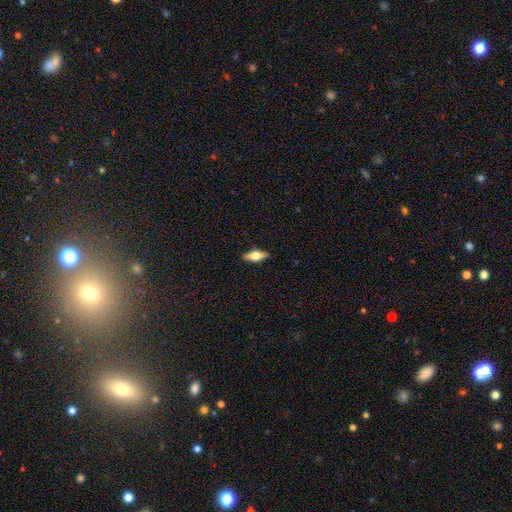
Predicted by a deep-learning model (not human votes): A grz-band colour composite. It shows a smooth galaxy with no disk features (48%). Merging: none (88%).